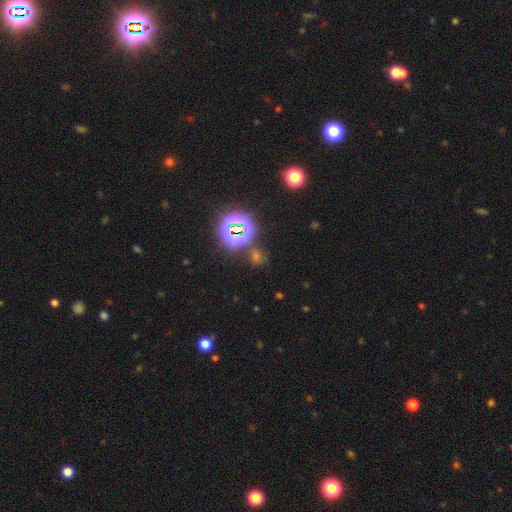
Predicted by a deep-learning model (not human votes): Smooth or featured? star or artifact (60%)